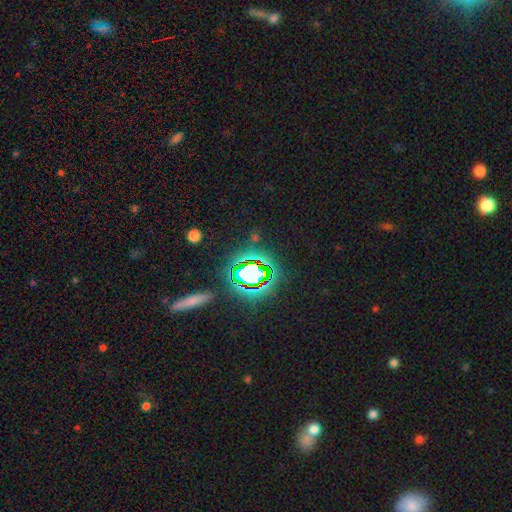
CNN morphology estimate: Smooth or featured: star or artifact — 80% (smooth — 12%)